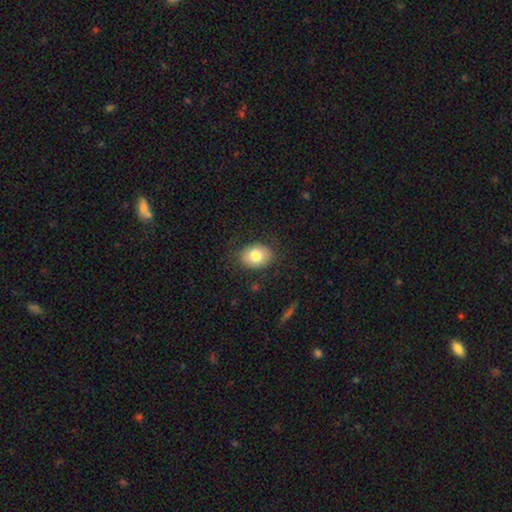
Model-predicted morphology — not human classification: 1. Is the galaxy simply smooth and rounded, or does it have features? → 81% smooth, 11% featured or disk, 8% star or artifact.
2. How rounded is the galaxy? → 63% in between, 36% round, 1% cigar-shaped.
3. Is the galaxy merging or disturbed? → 80% none, 14% minor disturbance, 5% major disturbance, 1% merger.